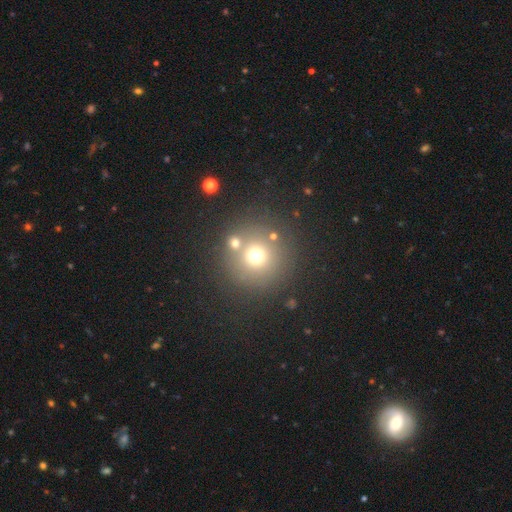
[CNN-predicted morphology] This is likely a smooth galaxy (68%). How rounded: clearly round (95%). Merging: likely none (75%).